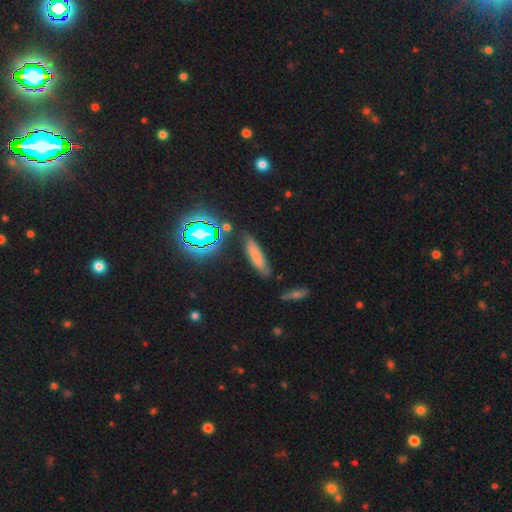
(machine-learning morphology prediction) Smooth or featured? Predicted: smooth (p=0.68). How rounded? Predicted: cigar-shaped (p=0.75). Merging? Predicted: none (p=0.79).